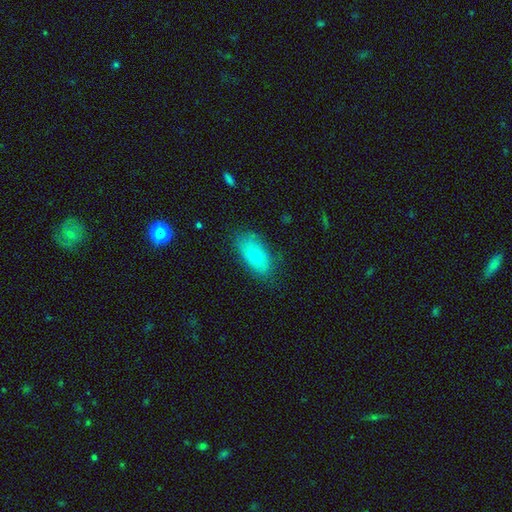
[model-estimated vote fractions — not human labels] smooth-or-featured: smooth: 68% | featured or disk: 24% | star or artifact: 8%
  how-rounded: in between: 89% | round: 6% | cigar-shaped: 4%
  merging: none: 76% | minor disturbance: 18% | major disturbance: 5% | merger: 1%